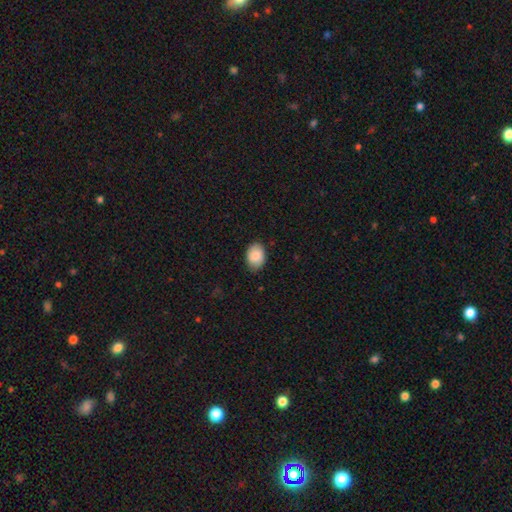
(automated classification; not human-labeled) This appears to be a smooth galaxy with no disk features (85%) that is in between round and cigar-shaped (79%). Merging: none (83%).